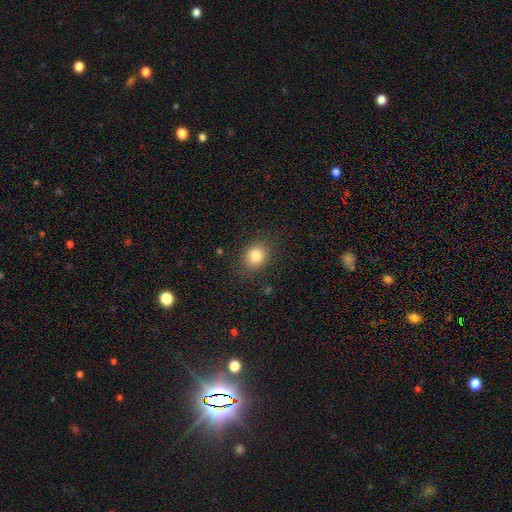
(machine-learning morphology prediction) This is clearly a smooth galaxy (82%). How rounded: likely round (61%). Merging: clearly none (86%).